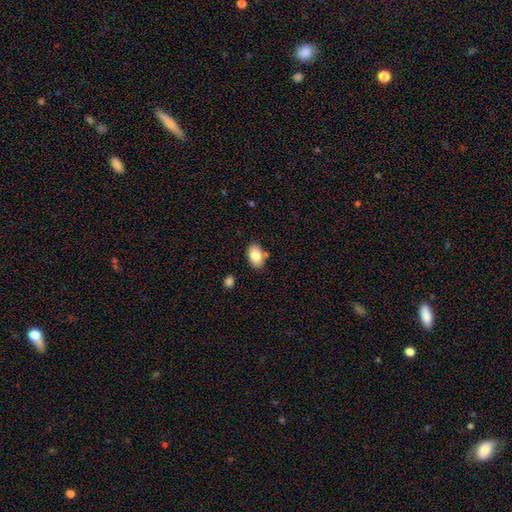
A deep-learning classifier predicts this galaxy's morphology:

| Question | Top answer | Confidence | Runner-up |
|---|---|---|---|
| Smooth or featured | smooth | 83% | featured or disk (10%) |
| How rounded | in between | 87% | round (11%) |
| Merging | none | 79% | minor disturbance (13%) |